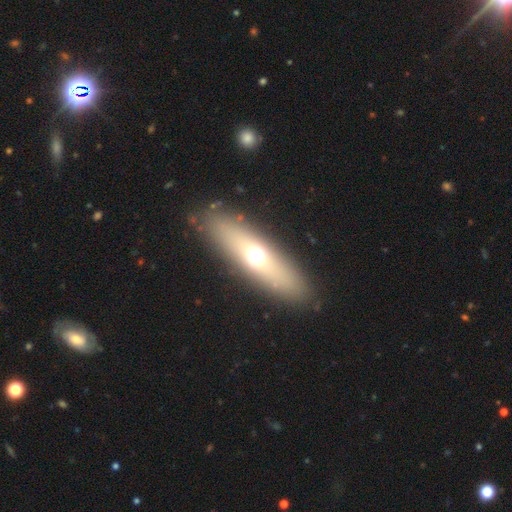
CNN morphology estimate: The model was most divided on "how rounded": cigar-shaped: 54%, in between: 42%, round: 5%. More confident: merging — none (87%); smooth or featured — smooth (54%).